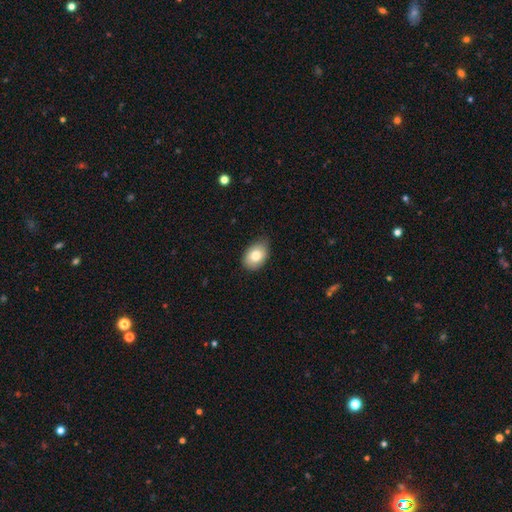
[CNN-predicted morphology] Smooth or featured? Predicted: smooth (p=0.82). How rounded? Predicted: in between (p=0.80). Merging? Predicted: none (p=0.75).